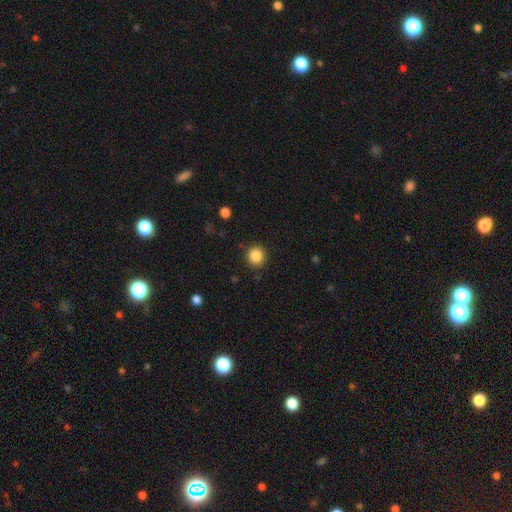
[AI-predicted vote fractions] Morphology: type=smooth (86%); roundness=round (91%); merging=none (90%).